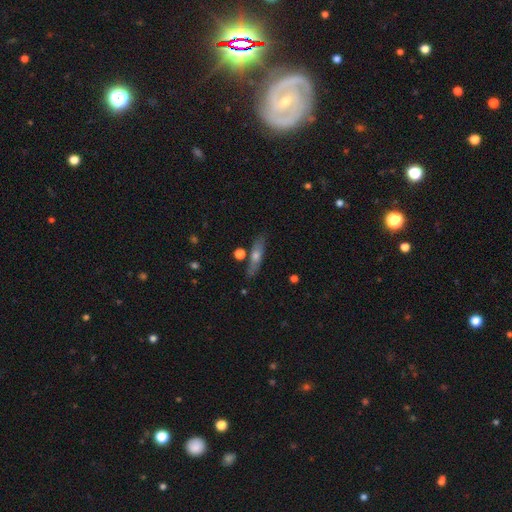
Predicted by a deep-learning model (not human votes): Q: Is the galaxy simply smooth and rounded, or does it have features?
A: smooth — 48%.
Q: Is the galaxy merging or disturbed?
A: none — 81%.